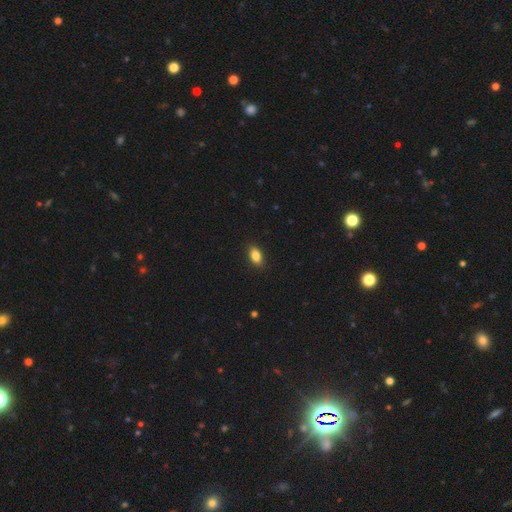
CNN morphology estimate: A smooth galaxy with no disk features (85%) that is in between round and cigar-shaped (87%).

Vote fractions:
- Smooth or featured? smooth: 85% / star or artifact: 8% / featured or disk: 7%
- How rounded? in between: 87% / round: 8% / cigar-shaped: 5%
- Merging? none: 88% / minor disturbance: 9% / major disturbance: 2% / merger: 1%